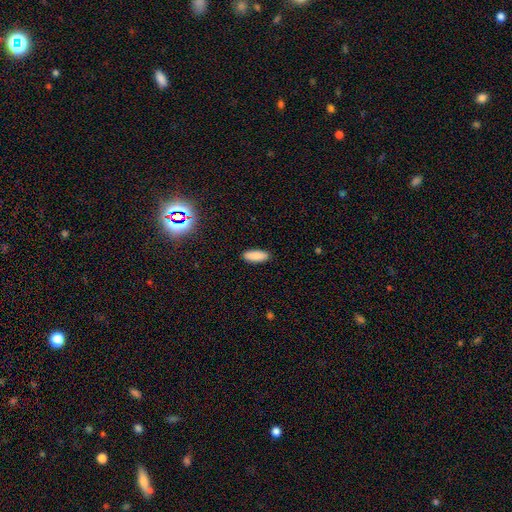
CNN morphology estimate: Smooth or featured? Predicted: smooth (p=0.88). How rounded? Predicted: in between (p=0.75). Merging? Predicted: none (p=0.90).